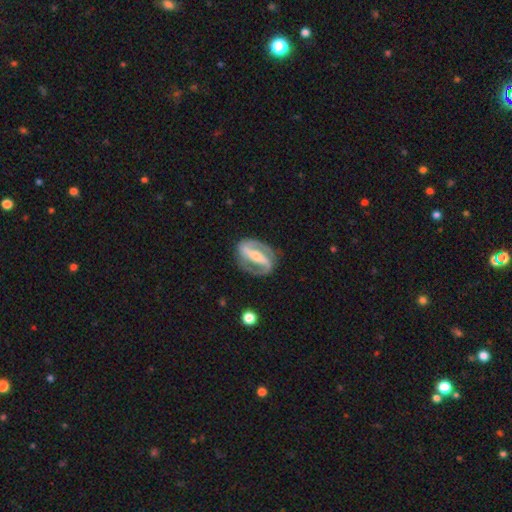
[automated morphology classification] type=featured or disk (89%); edge-on=no (95%); bar=strong (77%); spiral arms=yes (92%); winding=medium (47%); arm count=2 (91%); bulge=moderate (47%); merging=none (82%).